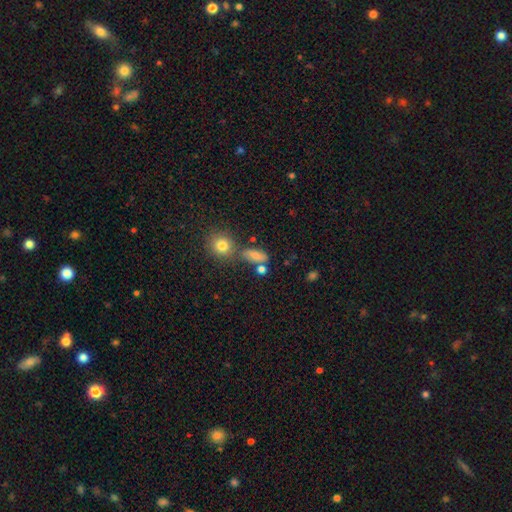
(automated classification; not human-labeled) Smooth or featured: smooth — 77% (star or artifact — 12%)
How rounded: in between — 68% (cigar-shaped — 19%)
Merging: none — 60% (minor disturbance — 18%)